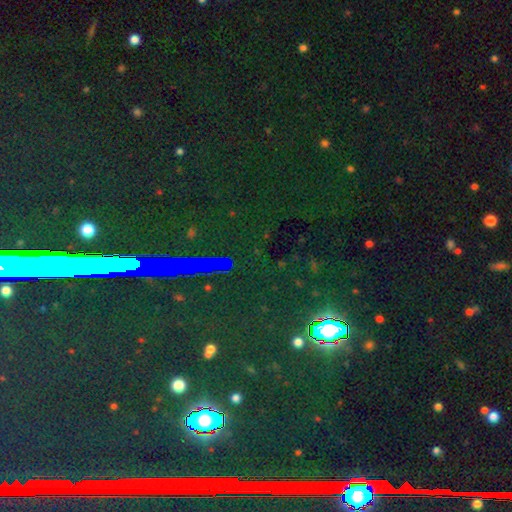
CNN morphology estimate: Smooth or featured? star or artifact (84%)